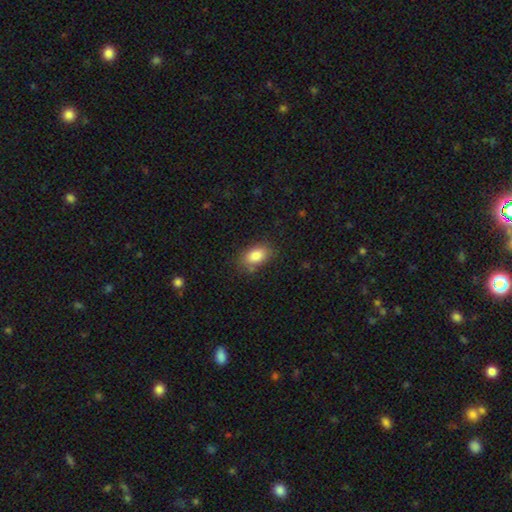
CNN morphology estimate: The model was most divided on "merging": none: 77%, minor disturbance: 16%, major disturbance: 4%, merger: 2%. More confident: how rounded — in between (88%); smooth or featured — smooth (85%).